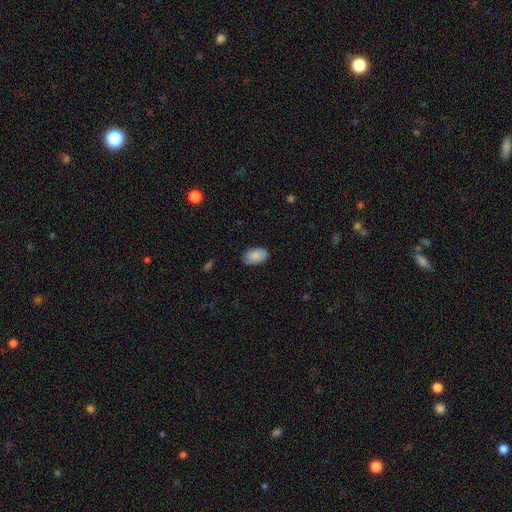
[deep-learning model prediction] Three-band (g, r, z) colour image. It shows a smooth galaxy with no disk features (86%) that is in between round and cigar-shaped (93%). Merging: none (81%).